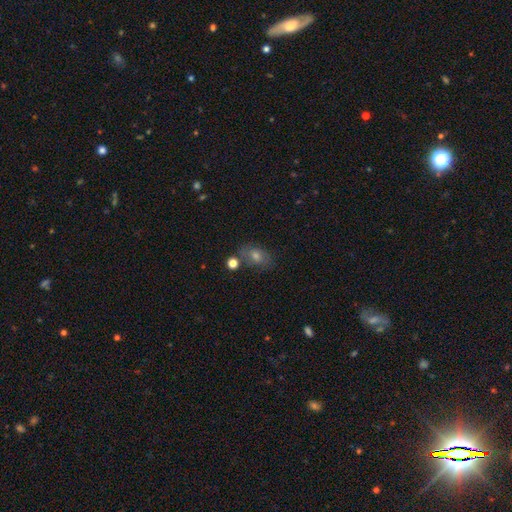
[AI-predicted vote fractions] Overall: smooth (58%; featured or disk 22%). How rounded: in between (77%). Merging: none (69%).